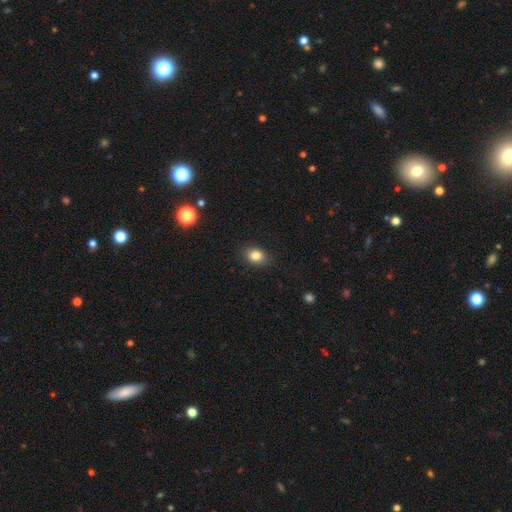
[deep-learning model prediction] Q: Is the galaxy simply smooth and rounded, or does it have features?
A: smooth — 83%.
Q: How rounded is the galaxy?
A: in between — 65%.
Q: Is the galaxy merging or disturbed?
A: none — 86%.